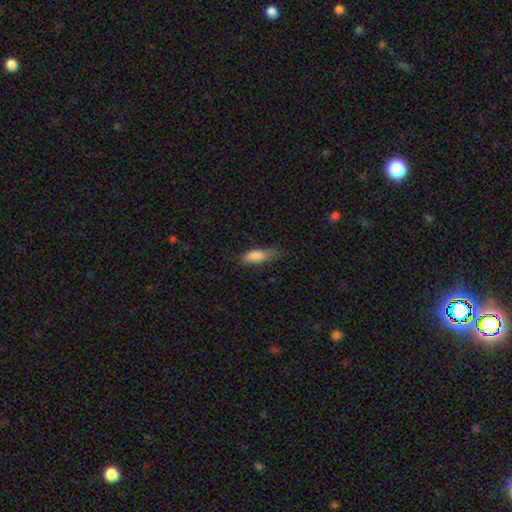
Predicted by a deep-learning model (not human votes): smooth 83%, featured or disk 10%, star or artifact 7%. Down the decision tree: how rounded — in between (66%); merging — none (59%).